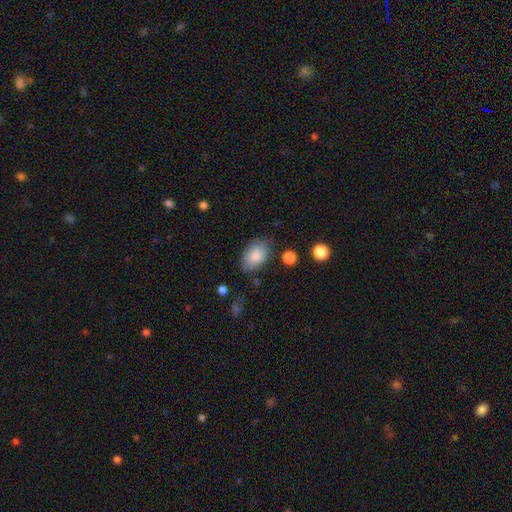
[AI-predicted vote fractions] smooth-or-featured: smooth: 85% | featured or disk: 8% | star or artifact: 7%
  how-rounded: in between: 90% | round: 8% | cigar-shaped: 1%
  merging: none: 78% | minor disturbance: 15% | major disturbance: 4% | merger: 3%